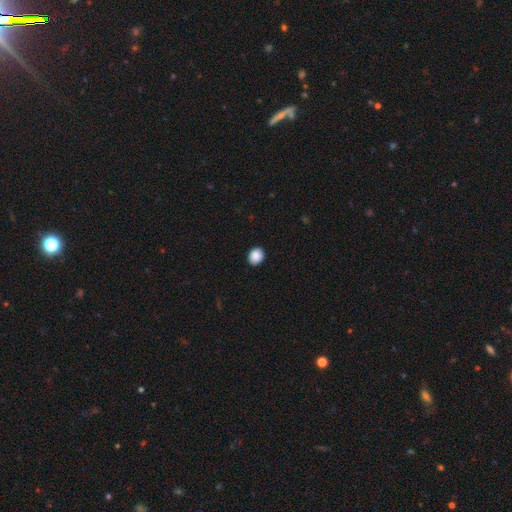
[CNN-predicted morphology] The model was most divided on "how rounded": round: 68%, in between: 31%, cigar-shaped: 1%. More confident: merging — none (91%); smooth or featured — smooth (89%).